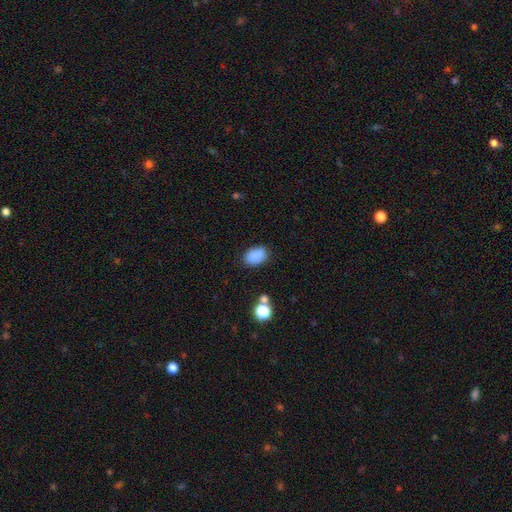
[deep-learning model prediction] smooth 86%, star or artifact 10%, featured or disk 4%. Down the decision tree: how rounded — in between (85%); merging — none (81%).